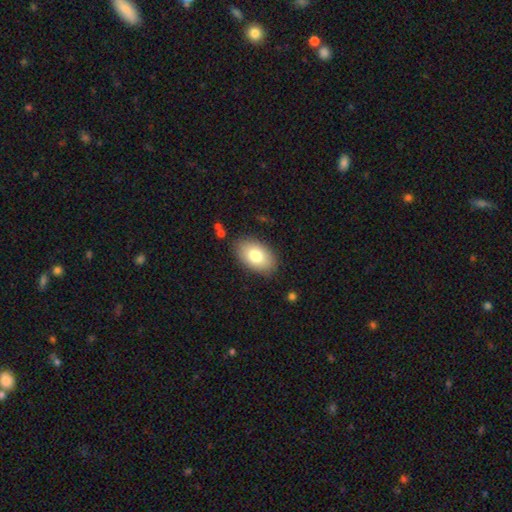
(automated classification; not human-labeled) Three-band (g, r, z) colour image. It shows a smooth galaxy with no disk features (78%) that is in between round and cigar-shaped (92%). Merging: none (86%).